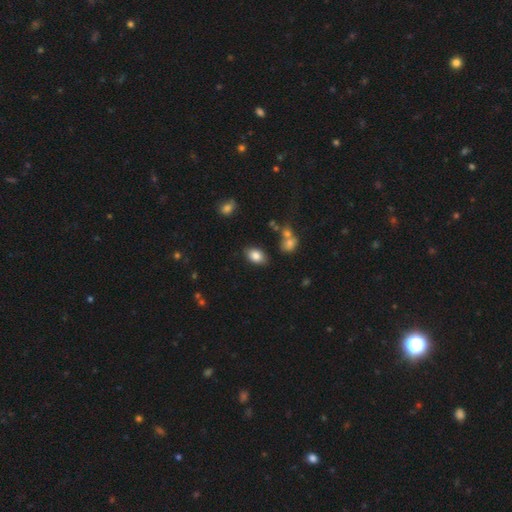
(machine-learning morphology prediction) smooth 83%, star or artifact 8%, featured or disk 8%. Down the decision tree: how rounded — in between (87%); merging — none (80%).